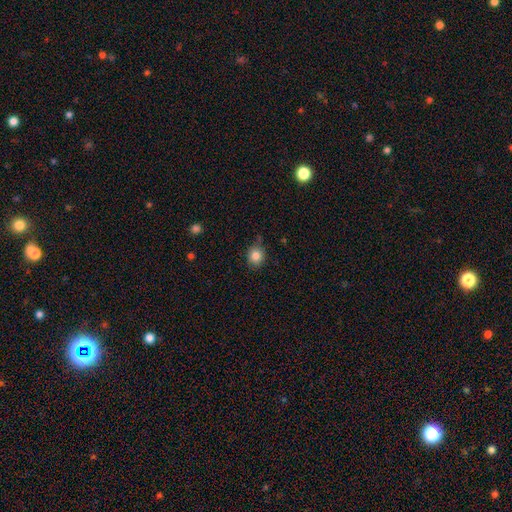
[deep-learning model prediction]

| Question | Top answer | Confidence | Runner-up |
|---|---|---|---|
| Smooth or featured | smooth | 85% | star or artifact (10%) |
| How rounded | round | 74% | in between (25%) |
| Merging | none | 78% | minor disturbance (16%) |